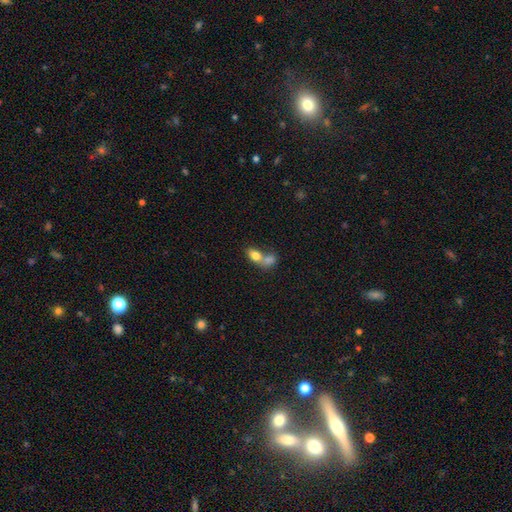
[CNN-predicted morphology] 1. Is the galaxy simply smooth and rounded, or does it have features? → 77% smooth, 14% featured or disk, 9% star or artifact.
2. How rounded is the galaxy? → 77% in between, 20% round, 3% cigar-shaped.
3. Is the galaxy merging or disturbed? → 68% merger, 20% none, 7% minor disturbance, 4% major disturbance.